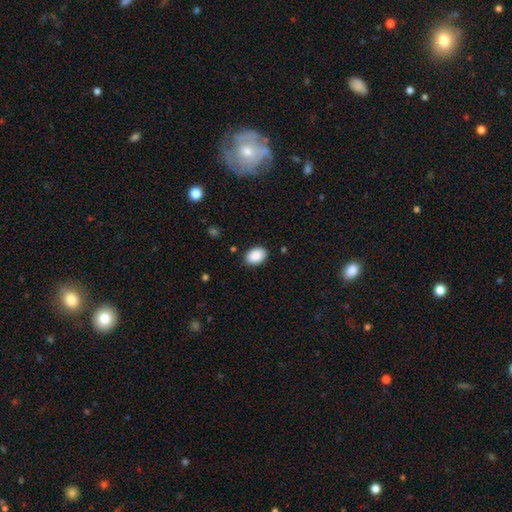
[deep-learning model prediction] A smooth galaxy with no disk features (90%) that is in between round and cigar-shaped (84%). Merging: none (88%).